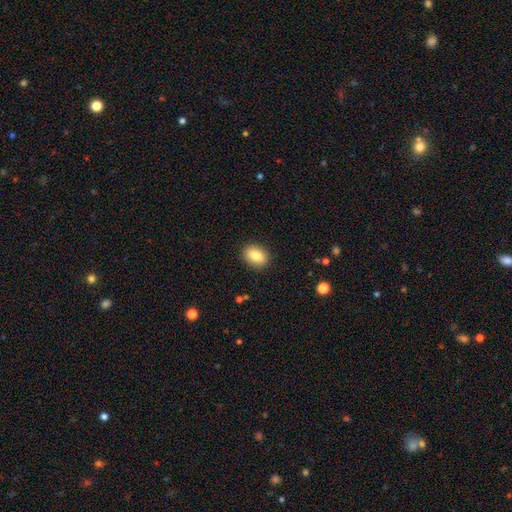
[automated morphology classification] smooth-or-featured: smooth: 82% | featured or disk: 10% | star or artifact: 8%
  how-rounded: in between: 71% | round: 28% | cigar-shaped: 2%
  merging: none: 89% | minor disturbance: 8% | major disturbance: 2% | merger: 1%